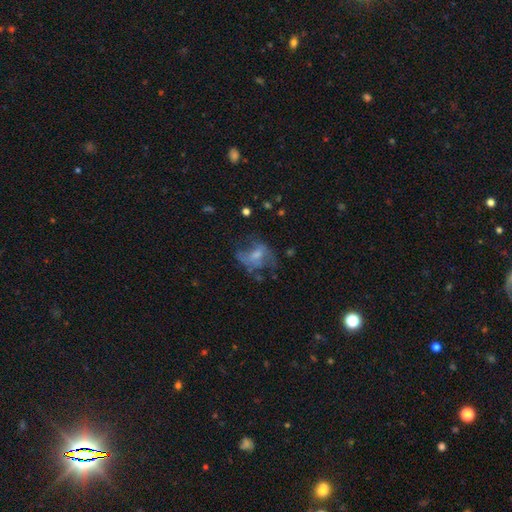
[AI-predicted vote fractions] Smooth or featured?
  - featured or disk: 54% *
  - smooth: 34%
  - star or artifact: 12%
Edge-on disk?
  - no: 97% *
  - yes: 3%
Bar?
  - no: 59% *
  - weak: 34%
  - strong: 8%
Spiral arms?
  - no: 53% *
  - yes: 47%
Bulge size?
  - small: 36% * (tied)
  - moderate: 36% * (tied)
  - none: 22%
  - large: 5%
  - dominant: 1%
Merging?
  - none: 37% * (tied)
  - major disturbance: 37% * (tied)
  - minor disturbance: 22%
  - merger: 4%